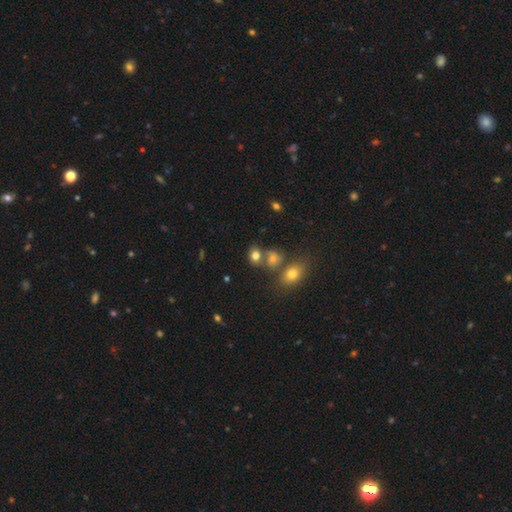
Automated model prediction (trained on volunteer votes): The model was most divided on "how rounded": round: 57%, in between: 42%, cigar-shaped: 1%. More confident: smooth or featured — smooth (74%); merging — none (51%).